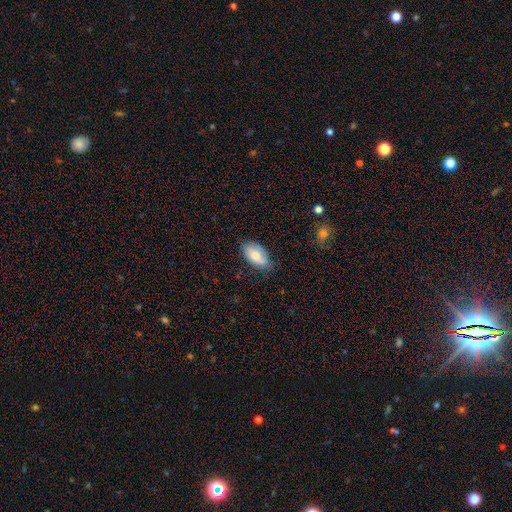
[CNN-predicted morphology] Smooth or featured? Predicted: smooth (p=0.68). How rounded? Predicted: in between (p=0.94). Merging? Predicted: none (p=0.72).